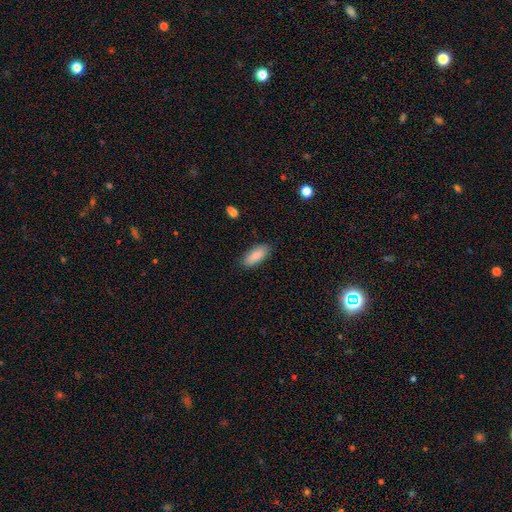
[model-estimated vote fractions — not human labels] This appears to be a smooth galaxy with no disk features (88%) that is in between round and cigar-shaped (79%). Merging: none (86%).